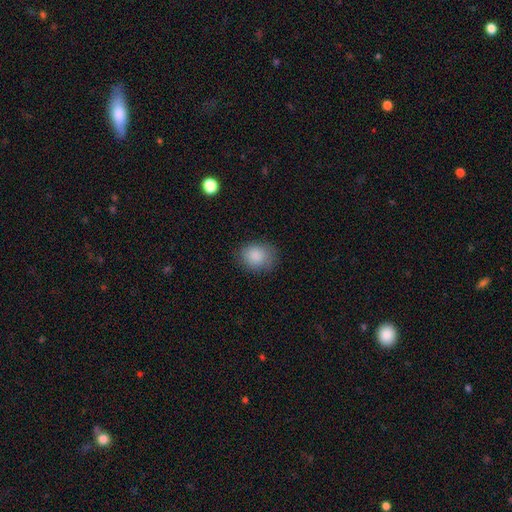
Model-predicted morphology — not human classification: Smooth or featured? smooth (87%)
How rounded? round (56%)
Merging? none (78%)